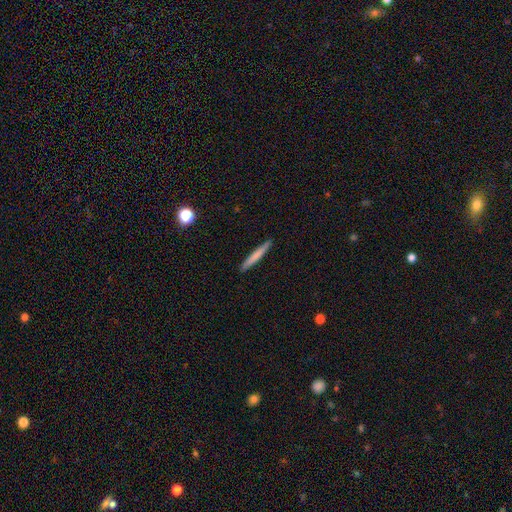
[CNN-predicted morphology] Smooth or featured? Predicted: smooth (p=0.71). How rounded? Predicted: cigar-shaped (p=0.96). Merging? Predicted: none (p=0.91).